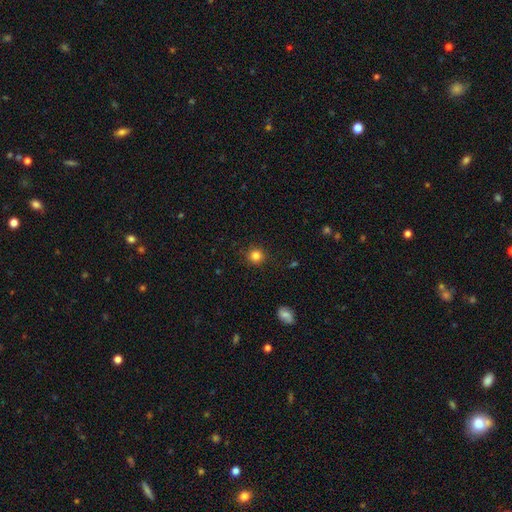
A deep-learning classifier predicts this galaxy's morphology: type=smooth (83%); roundness=round (93%); merging=none (89%).